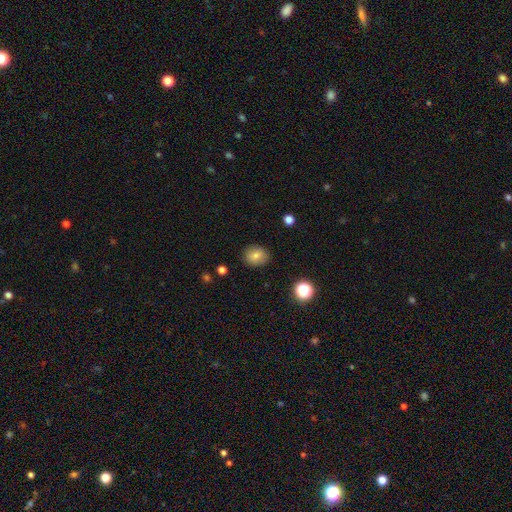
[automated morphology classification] The model was most divided on "how rounded": round: 68%, in between: 31%, cigar-shaped: 1%. More confident: merging — none (87%); smooth or featured — smooth (79%).